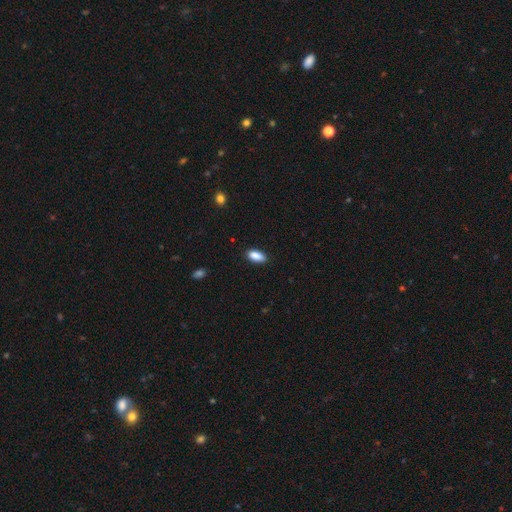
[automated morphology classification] This appears to be a smooth galaxy with no disk features (88%) that is in between round and cigar-shaped (87%). Merging: none (85%).